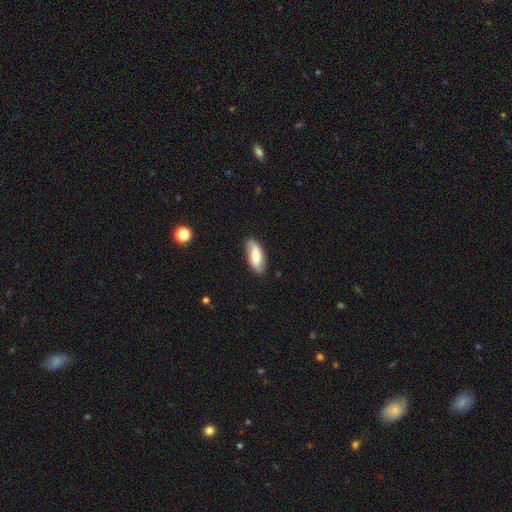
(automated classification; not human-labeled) This is likely a smooth galaxy (62%). How rounded: clearly in between (84%). Merging: clearly none (80%).